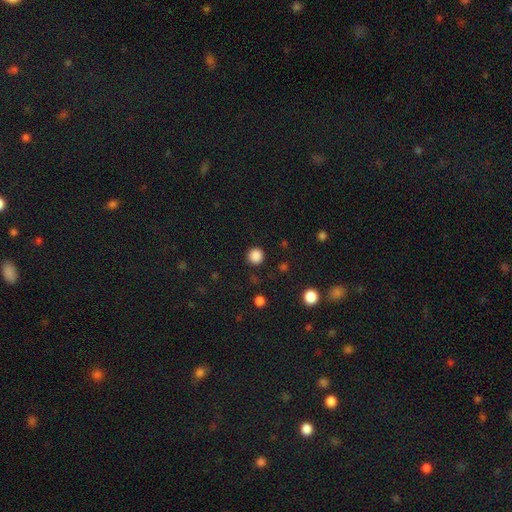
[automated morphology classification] Overall: smooth (86%). How rounded: round (94%). Merging: none (90%).